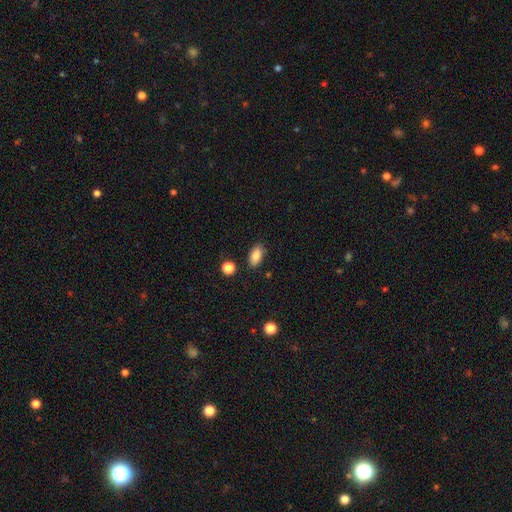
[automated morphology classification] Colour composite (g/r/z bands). It shows a smooth galaxy with no disk features (85%) that is in between round and cigar-shaped (91%). Merging: none (85%).